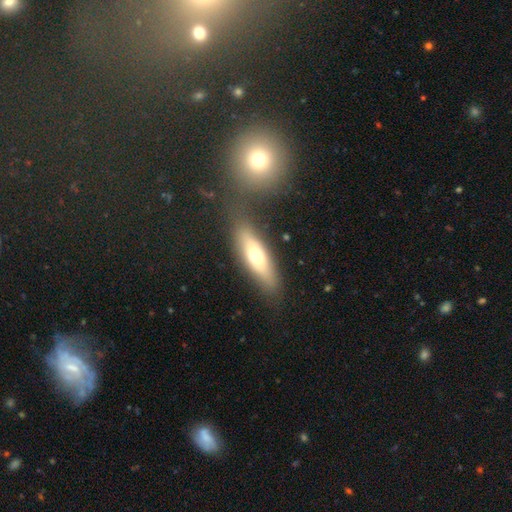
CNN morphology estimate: This is likely a smooth galaxy (60%). How rounded: possibly cigar-shaped (53%). Merging: likely none (74%).